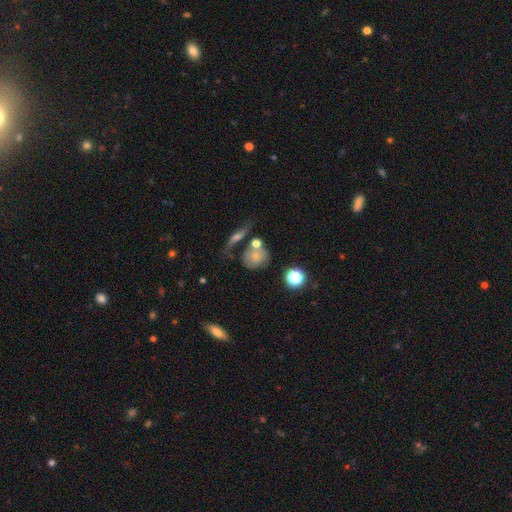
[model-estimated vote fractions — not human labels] smooth-or-featured: smooth: 62% | featured or disk: 25% | star or artifact: 12%
  how-rounded: round: 74% | in between: 24% | cigar-shaped: 2%
  merging: none: 46% | merger: 25% | minor disturbance: 18% | major disturbance: 12%